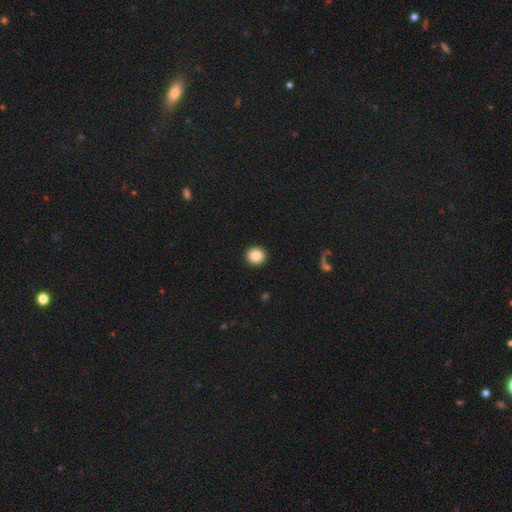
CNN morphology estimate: This appears to be a smooth galaxy with no disk features (85%) that is round (94%). Merging: none (94%).